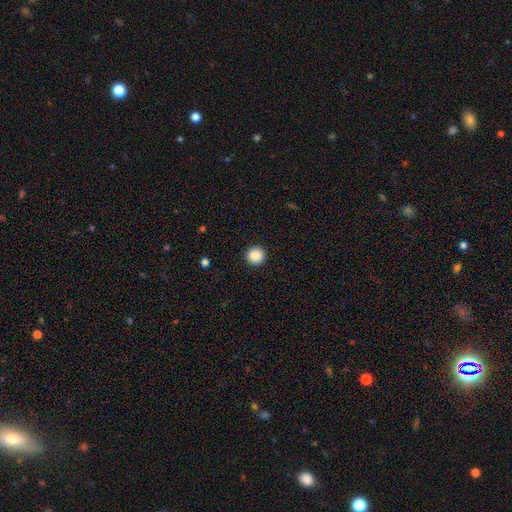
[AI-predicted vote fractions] Smooth or featured? smooth (88%)
How rounded? round (96%)
Merging? none (93%)